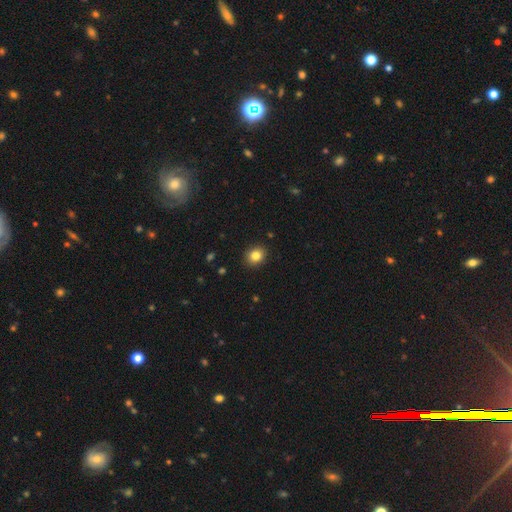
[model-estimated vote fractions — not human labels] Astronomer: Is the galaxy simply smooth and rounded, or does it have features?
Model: smooth — 84%.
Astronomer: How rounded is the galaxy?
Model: round — 67%.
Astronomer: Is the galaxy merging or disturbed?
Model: none — 90%.